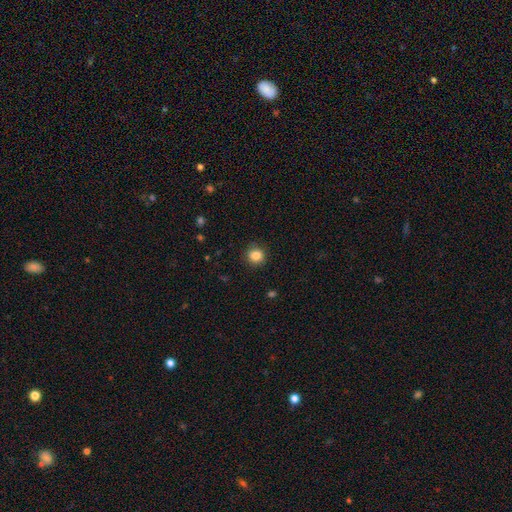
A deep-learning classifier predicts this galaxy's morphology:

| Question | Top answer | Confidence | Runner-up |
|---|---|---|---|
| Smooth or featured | smooth | 84% | star or artifact (11%) |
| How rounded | round | 91% | in between (8%) |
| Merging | none | 91% | minor disturbance (6%) |